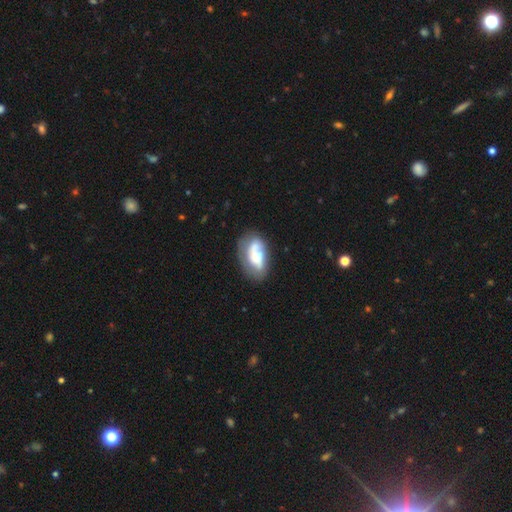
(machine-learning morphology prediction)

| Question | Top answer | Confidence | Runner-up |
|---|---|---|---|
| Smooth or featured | featured or disk | 47% | smooth (46%) |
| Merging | none | 52% | minor disturbance (25%) |